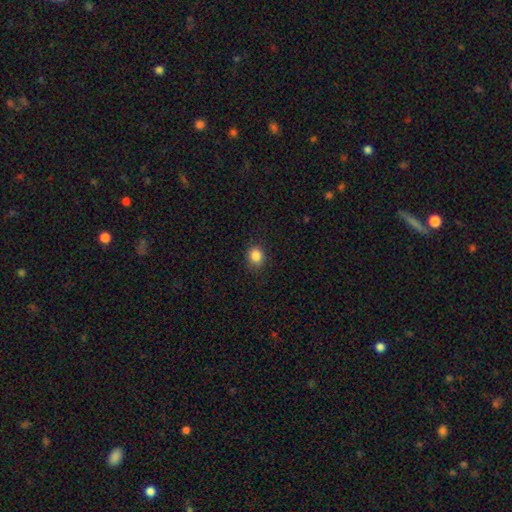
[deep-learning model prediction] Q: Smooth or featured?
A: smooth (86%); runner-up: star or artifact (10%)
Q: How rounded?
A: round (71%); runner-up: in between (29%)
Q: Merging?
A: none (86%); runner-up: minor disturbance (11%)